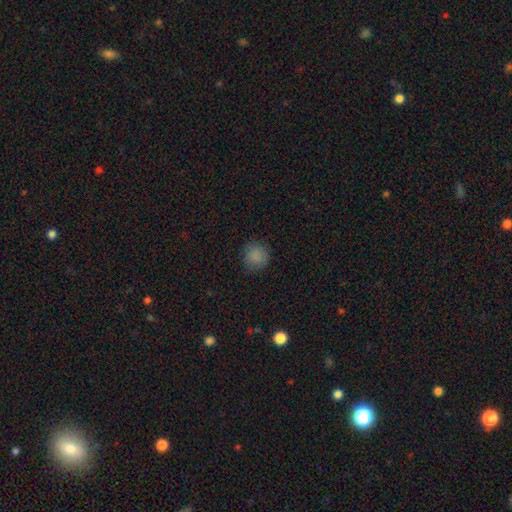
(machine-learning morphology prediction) Smooth or featured?
  - smooth: 85% *
  - star or artifact: 11%
  - featured or disk: 4%
How rounded?
  - round: 92% *
  - in between: 7%
  - cigar-shaped: 1%
Merging?
  - none: 86% *
  - minor disturbance: 10%
  - major disturbance: 3%
  - merger: 1%